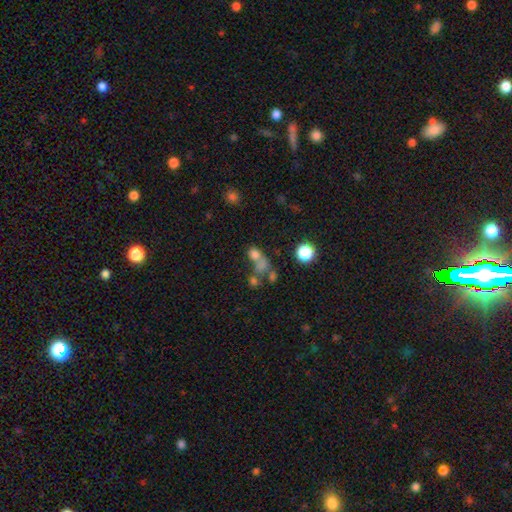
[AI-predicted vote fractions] Smooth or featured?
  - smooth: 62% *
  - star or artifact: 22%
  - featured or disk: 16%
How rounded?
  - round: 57% *
  - in between: 39%
  - cigar-shaped: 4%
Merging?
  - merger: 48% *
  - none: 32%
  - major disturbance: 11%
  - minor disturbance: 9%